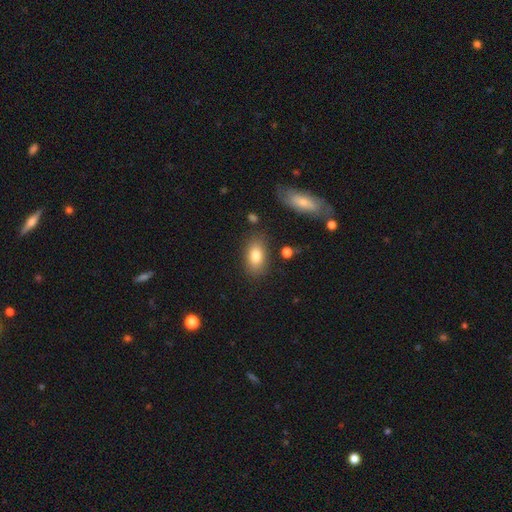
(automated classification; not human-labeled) This is clearly a smooth galaxy (82%). How rounded: clearly in between (89%). Merging: clearly none (81%).